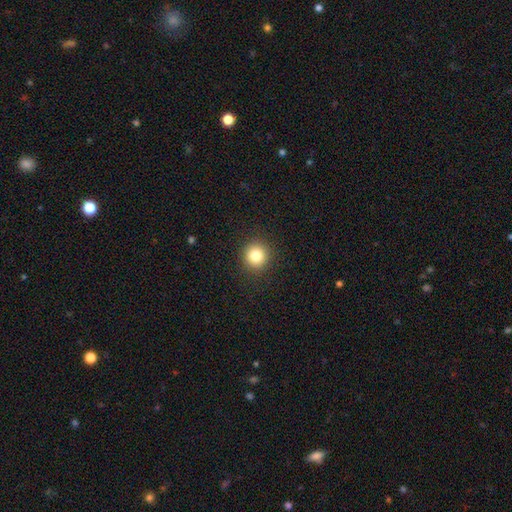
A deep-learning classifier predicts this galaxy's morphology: Smooth or featured? Predicted: smooth (p=0.82). How rounded? Predicted: round (p=0.93). Merging? Predicted: none (p=0.92).